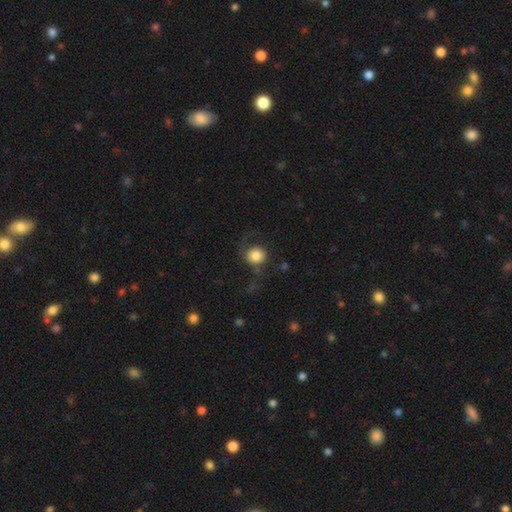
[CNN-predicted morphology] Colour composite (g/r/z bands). It shows a smooth galaxy with no disk features (73%) that is round (89%). Merging: none (56%).